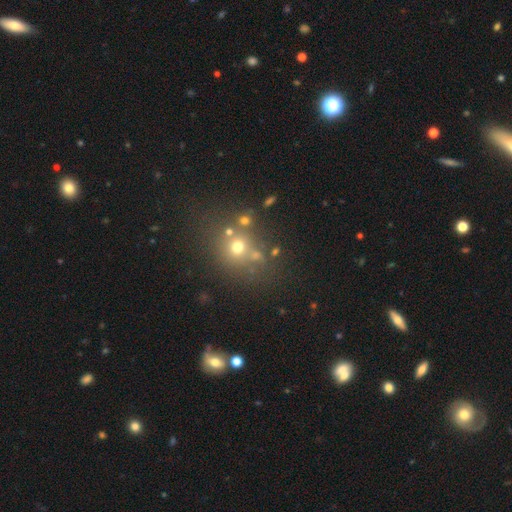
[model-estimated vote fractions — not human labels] Q: Smooth or featured?
A: smooth (58%); runner-up: star or artifact (26%)
Q: How rounded?
A: round (80%); runner-up: in between (19%)
Q: Merging?
A: none (65%); runner-up: merger (17%)